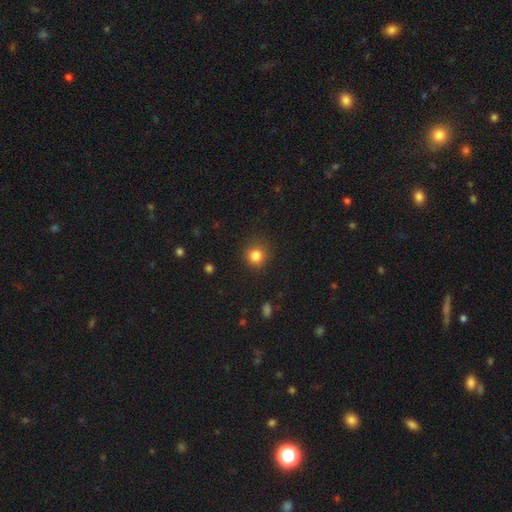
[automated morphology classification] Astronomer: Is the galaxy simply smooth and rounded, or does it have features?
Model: smooth — 83%.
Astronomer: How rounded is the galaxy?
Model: round — 88%.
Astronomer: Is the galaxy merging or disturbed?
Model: none — 85%.